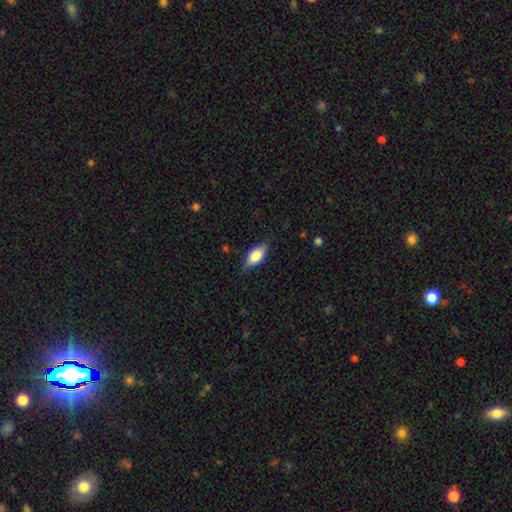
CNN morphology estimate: Smooth or featured? Predicted: smooth (p=0.72). How rounded? Predicted: in between (p=0.83). Merging? Predicted: none (p=0.80).